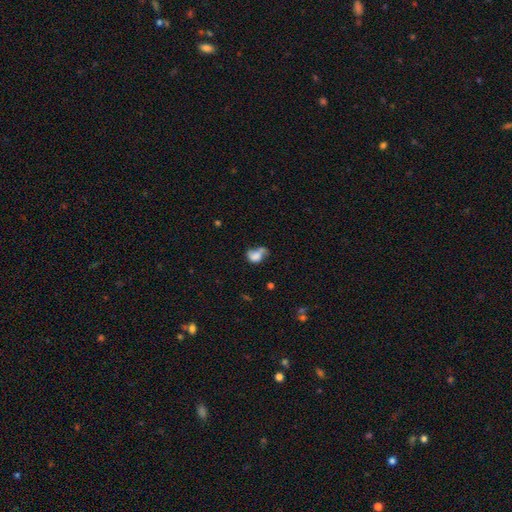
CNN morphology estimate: This appears to be a smooth galaxy with no disk features (64%) that is in between round and cigar-shaped (67%). Merging: merger (29%).